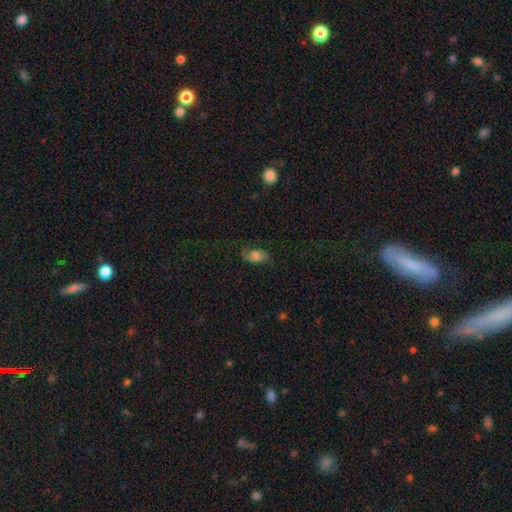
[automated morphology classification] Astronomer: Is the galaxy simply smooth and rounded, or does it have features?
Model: smooth — 72%.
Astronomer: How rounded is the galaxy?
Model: in between — 91%.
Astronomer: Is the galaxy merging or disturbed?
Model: none — 69%.